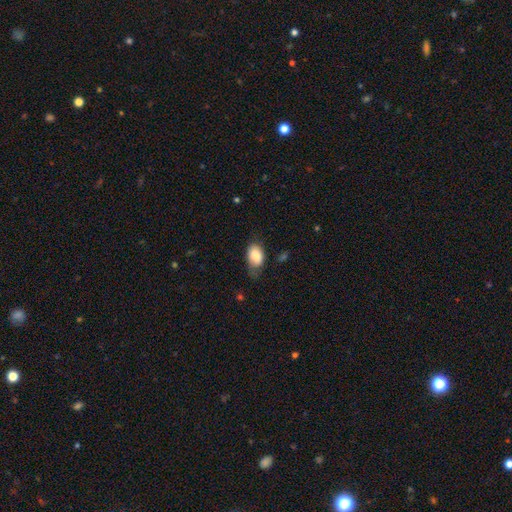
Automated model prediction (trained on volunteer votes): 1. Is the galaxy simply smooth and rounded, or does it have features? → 82% smooth, 11% featured or disk, 7% star or artifact.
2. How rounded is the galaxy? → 90% in between, 9% round, 1% cigar-shaped.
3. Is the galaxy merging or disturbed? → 54% none, 34% minor disturbance, 11% major disturbance, 2% merger.